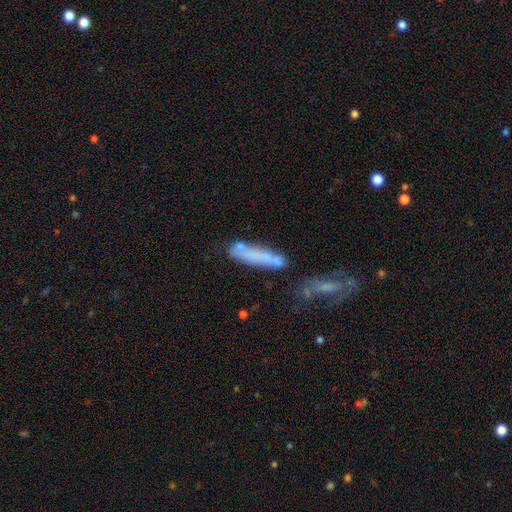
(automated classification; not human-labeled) Morphology: type=smooth (58%); roundness=cigar-shaped (80%); merging=none (54%).